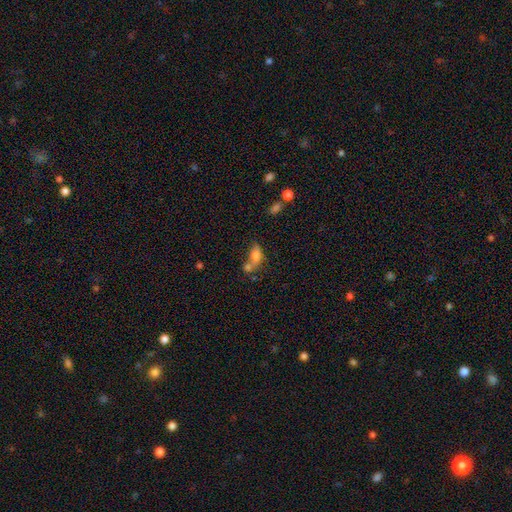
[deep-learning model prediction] Morphology: type=smooth (74%); roundness=in between (81%); merging=merger (50%).